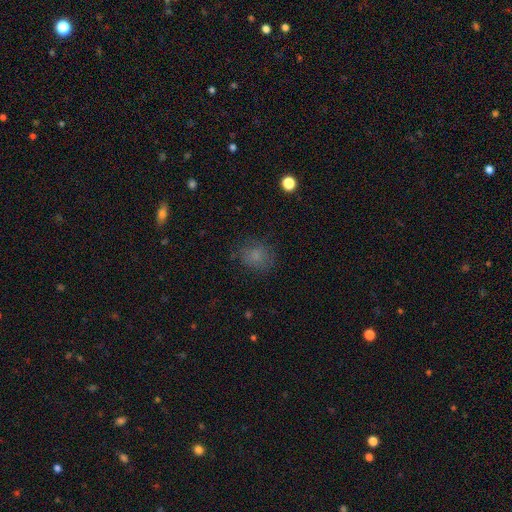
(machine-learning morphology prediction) smooth_or_featured: smooth (p=0.77) [alt: star or artifact p=0.14]
how_rounded: round (p=0.66) [alt: in between p=0.33]
merging: none (p=0.75) [alt: minor disturbance p=0.17]